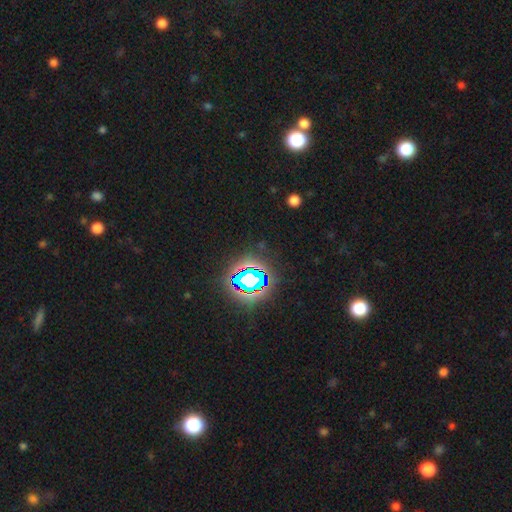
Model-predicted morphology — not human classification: smooth_or_featured: star or artifact (p=0.81) [alt: smooth p=0.12]